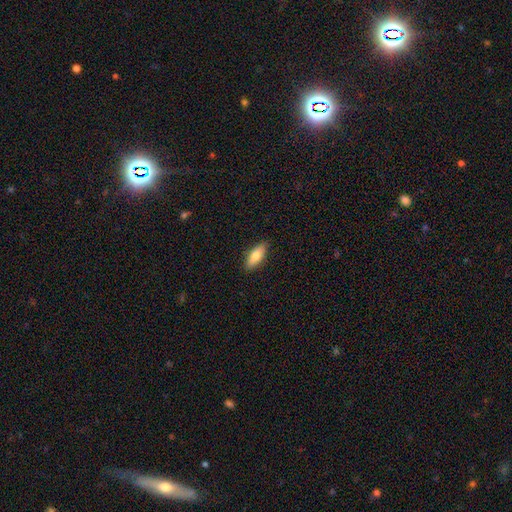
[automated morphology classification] smooth-or-featured: smooth: 75% | featured or disk: 18% | star or artifact: 6%
  how-rounded: in between: 69% | cigar-shaped: 29% | round: 2%
  merging: none: 88% | minor disturbance: 9% | major disturbance: 2% | merger: 1%